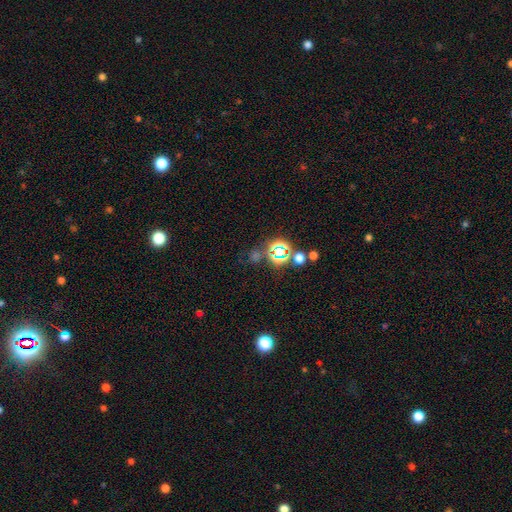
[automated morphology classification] Smooth or featured? Predicted: star or artifact (p=0.66).